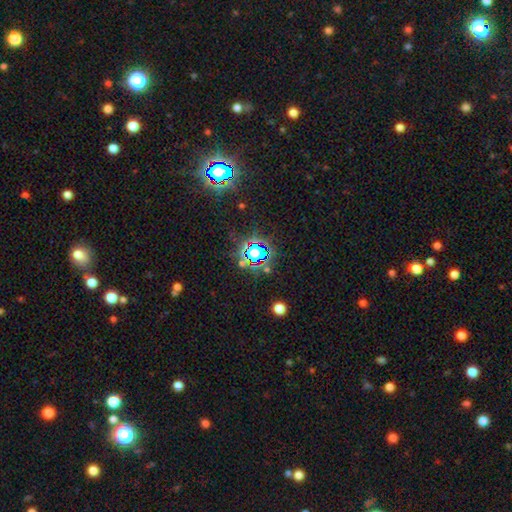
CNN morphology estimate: A star or artifact, not a galaxy (70%).